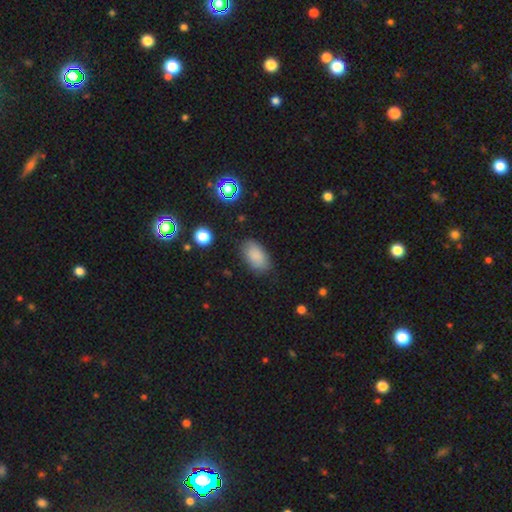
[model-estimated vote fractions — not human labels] This is clearly a smooth galaxy (86%). How rounded: clearly in between (93%). Merging: clearly none (83%).